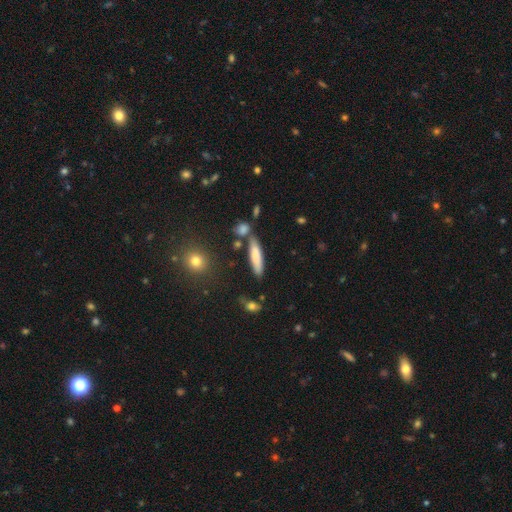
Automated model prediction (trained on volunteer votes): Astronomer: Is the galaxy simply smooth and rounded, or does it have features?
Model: smooth — 75%.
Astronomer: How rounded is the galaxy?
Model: cigar-shaped — 79%.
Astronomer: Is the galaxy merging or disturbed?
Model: none — 74%.